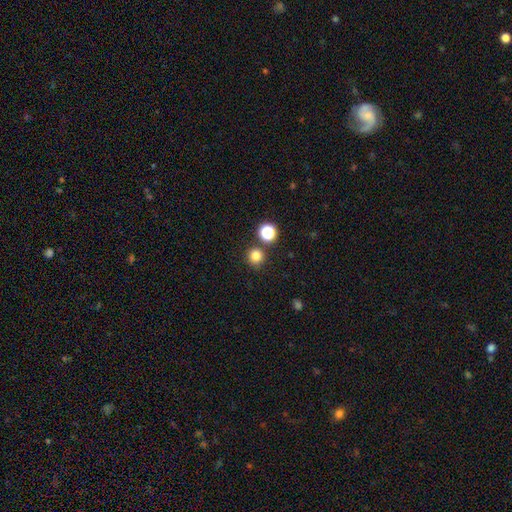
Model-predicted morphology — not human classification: Smooth or featured?
  - smooth: 80% *
  - star or artifact: 15%
  - featured or disk: 5%
How rounded?
  - round: 94% *
  - in between: 5%
  - cigar-shaped: 1%
Merging?
  - none: 85% *
  - merger: 7%
  - minor disturbance: 6%
  - major disturbance: 2%